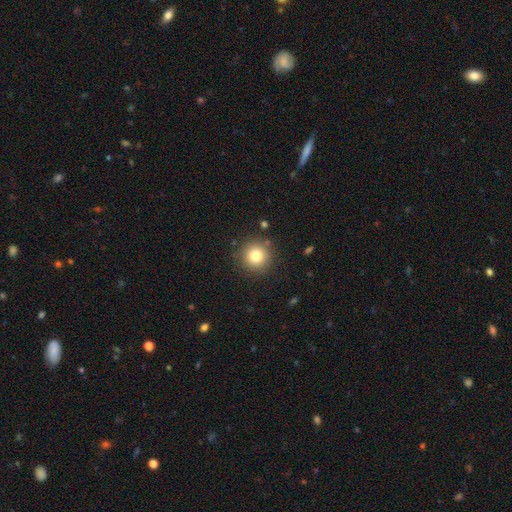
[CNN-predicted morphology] Smooth or featured?
  - smooth: 79% *
  - star or artifact: 12%
  - featured or disk: 9%
How rounded?
  - round: 95% *
  - in between: 4%
  - cigar-shaped: 1%
Merging?
  - none: 88% *
  - minor disturbance: 7%
  - major disturbance: 3%
  - merger: 2%